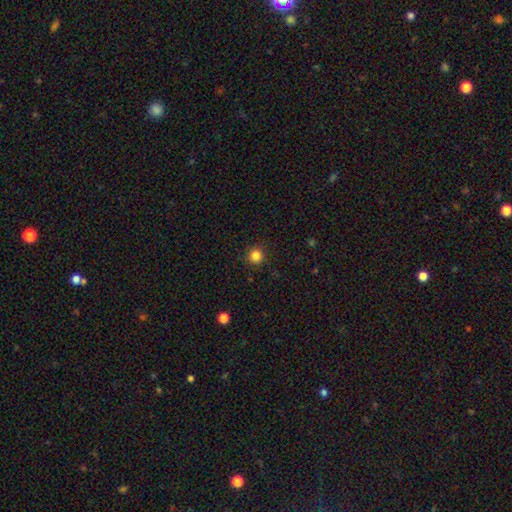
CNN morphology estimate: smooth_or_featured: smooth (p=0.84) [alt: star or artifact p=0.12]
how_rounded: round (p=0.94) [alt: in between p=0.05]
merging: none (p=0.91) [alt: minor disturbance p=0.06]